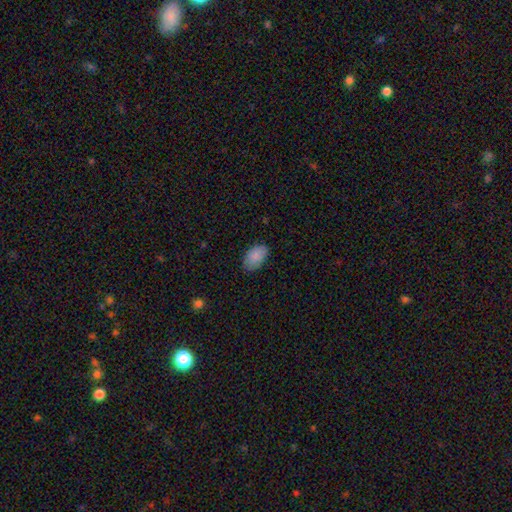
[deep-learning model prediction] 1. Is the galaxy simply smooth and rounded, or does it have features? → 88% smooth, 7% star or artifact, 5% featured or disk.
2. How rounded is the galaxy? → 94% in between, 5% round, 1% cigar-shaped.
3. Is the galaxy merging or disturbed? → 78% none, 18% minor disturbance, 3% major disturbance, 1% merger.